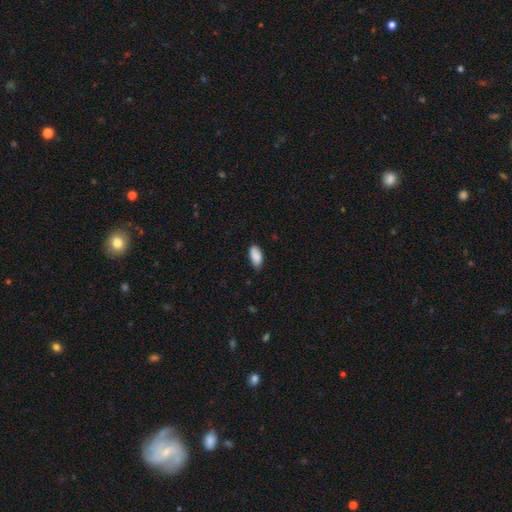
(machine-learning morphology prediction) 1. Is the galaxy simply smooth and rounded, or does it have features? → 88% smooth, 7% star or artifact, 5% featured or disk.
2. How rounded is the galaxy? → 93% in between, 4% cigar-shaped, 2% round.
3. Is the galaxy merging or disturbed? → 69% none, 27% minor disturbance, 4% major disturbance, 1% merger.